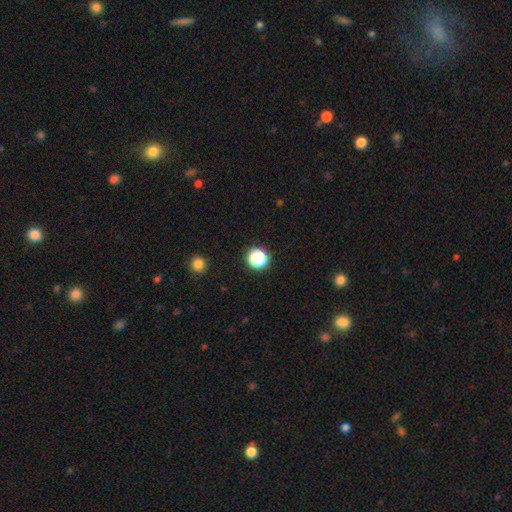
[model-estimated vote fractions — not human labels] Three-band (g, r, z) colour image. It shows a smooth galaxy with no disk features (61%) that is round (89%). Merging: none (84%).